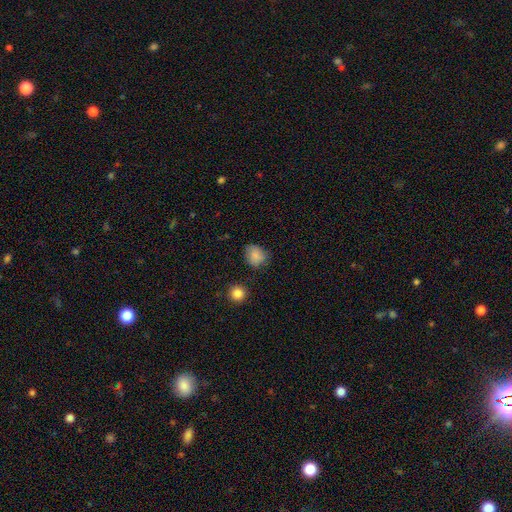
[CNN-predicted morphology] Smooth or featured: smooth — 83% (star or artifact — 10%)
How rounded: round — 57% (in between — 42%)
Merging: none — 71% (minor disturbance — 21%)